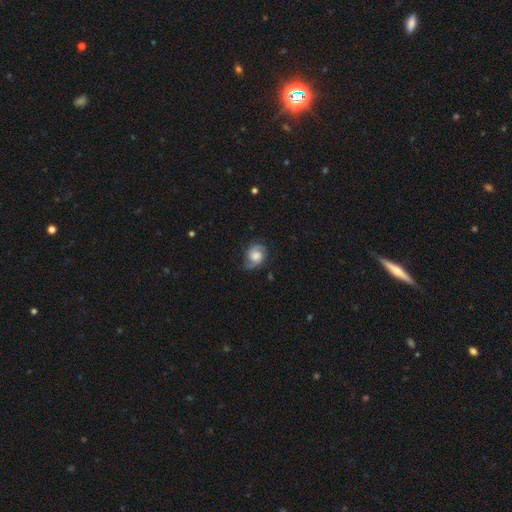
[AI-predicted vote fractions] This is likely a featured or disk galaxy (65%). It is clearly not viewed edge-on (97%). Bar: likely no (65%). Spiral arm pattern: clearly yes (93%). Spiral arm count: clearly 2 (81%). Spiral winding: marginally medium (44%). Central bulge: marginally large (38%). Merging: likely none (65%).